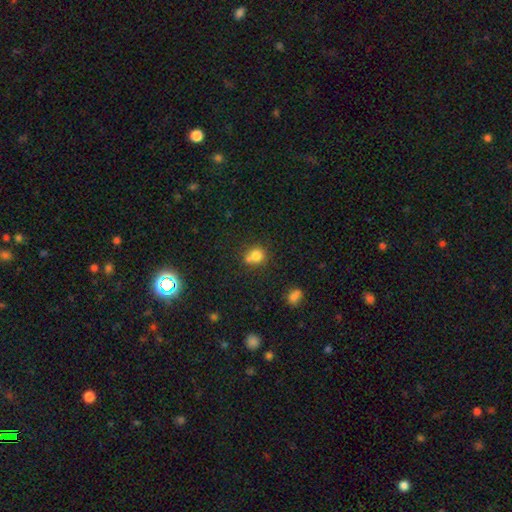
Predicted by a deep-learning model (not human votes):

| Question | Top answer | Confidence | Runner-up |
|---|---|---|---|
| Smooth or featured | smooth | 77% | star or artifact (12%) |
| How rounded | round | 79% | in between (20%) |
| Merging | none | 46% | merger (37%) |